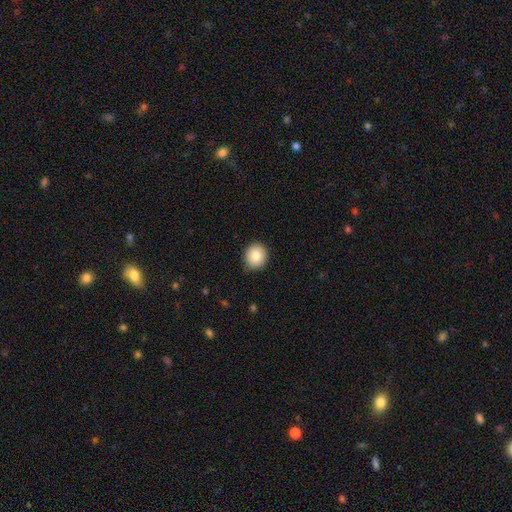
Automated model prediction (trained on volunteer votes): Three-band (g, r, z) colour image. It shows a smooth galaxy with no disk features (81%) that is round (84%). Merging: none (88%).